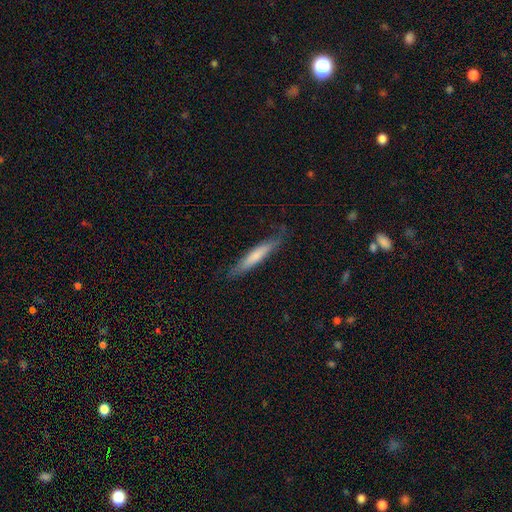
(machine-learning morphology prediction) Smooth or featured: smooth — 67% (featured or disk — 28%)
How rounded: cigar-shaped — 91% (in between — 7%)
Merging: none — 77% (minor disturbance — 18%)